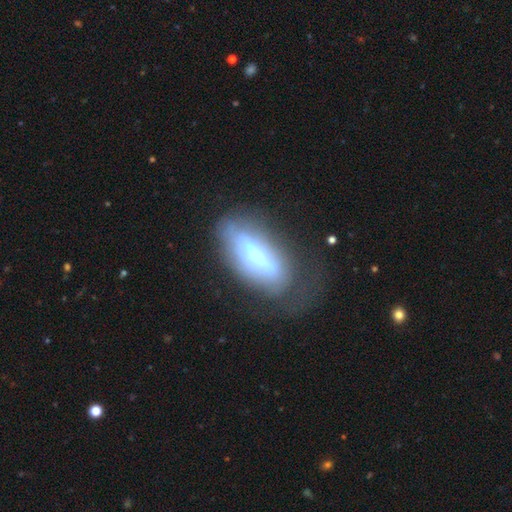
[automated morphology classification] Q: Smooth or featured?
A: featured or disk (48%); runner-up: smooth (42%)
Q: Merging?
A: none (37%); runner-up: major disturbance (31%)